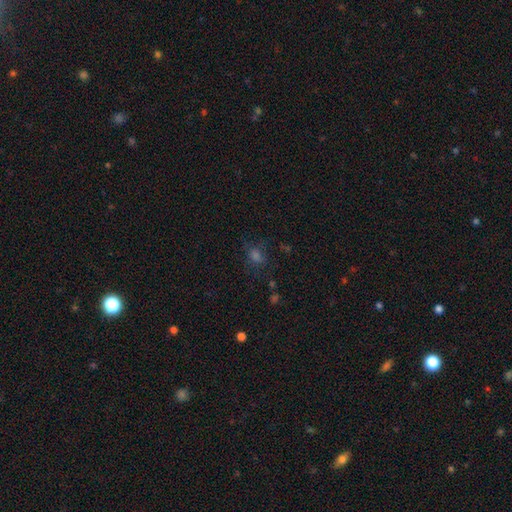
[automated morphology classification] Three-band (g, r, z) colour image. It shows a smooth galaxy with no disk features (50%) that is in between round and cigar-shaped (50%). Merging: none (69%).